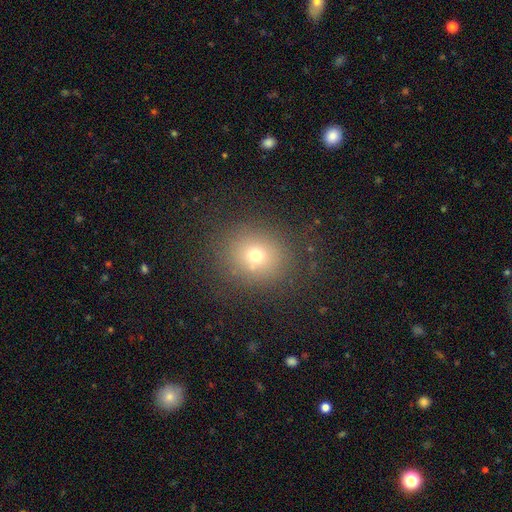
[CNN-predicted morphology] Overall: smooth (68%). How rounded: round (80%). Merging: none (82%).